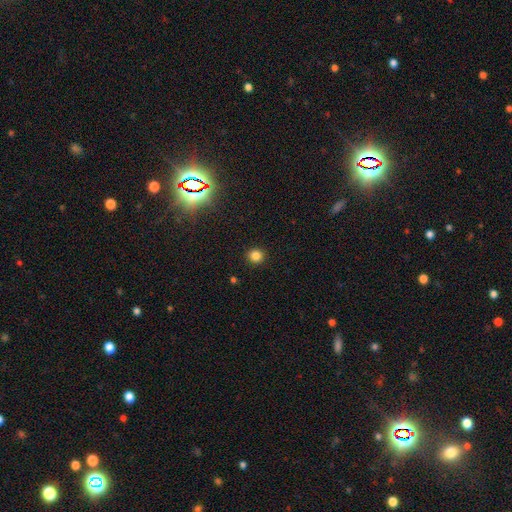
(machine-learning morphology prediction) Q: Smooth or featured?
A: smooth (83%); runner-up: star or artifact (13%)
Q: How rounded?
A: round (90%); runner-up: in between (9%)
Q: Merging?
A: none (92%); runner-up: minor disturbance (5%)